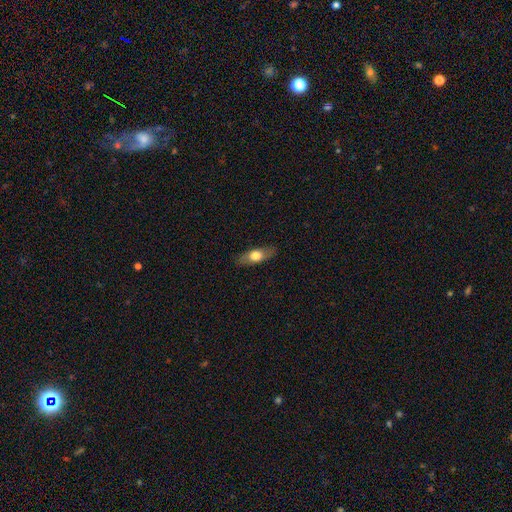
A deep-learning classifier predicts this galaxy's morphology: smooth 64%, featured or disk 30%, star or artifact 6%. Down the decision tree: how rounded — in between (71%); merging — none (85%).